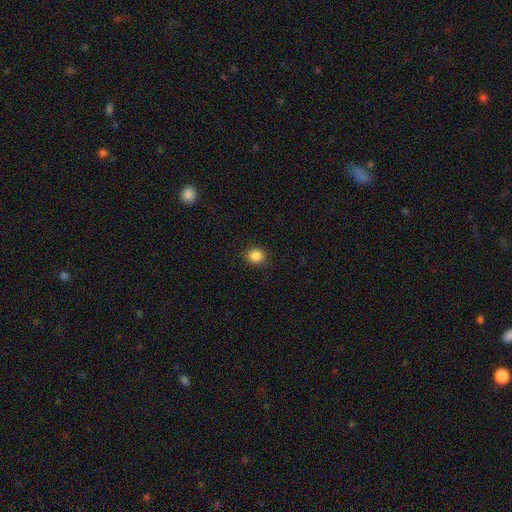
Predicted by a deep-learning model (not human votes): The model was most divided on "how rounded": round: 87%, in between: 12%, cigar-shaped: 1%. More confident: merging — none (91%); smooth or featured — smooth (87%).